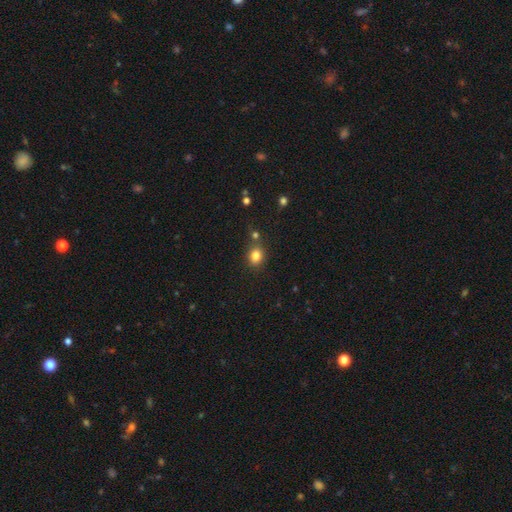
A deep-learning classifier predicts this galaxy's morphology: Overall: smooth (82%). How rounded: round (61%; in between 38%). Merging: none (74%).